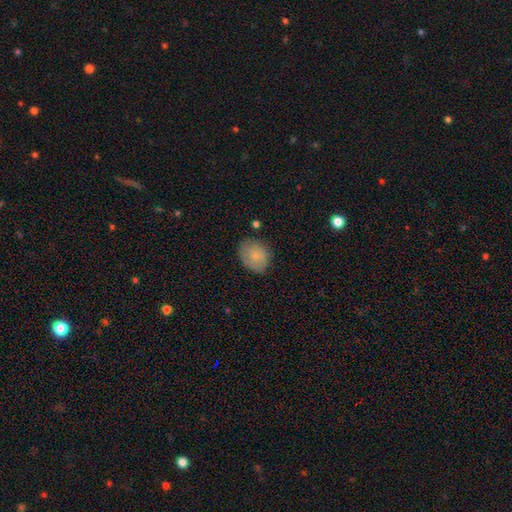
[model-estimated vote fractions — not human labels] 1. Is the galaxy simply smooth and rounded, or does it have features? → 81% smooth, 12% featured or disk, 7% star or artifact.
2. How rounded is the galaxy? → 57% round, 42% in between, 1% cigar-shaped.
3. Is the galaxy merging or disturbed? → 76% none, 18% minor disturbance, 4% major disturbance, 2% merger.